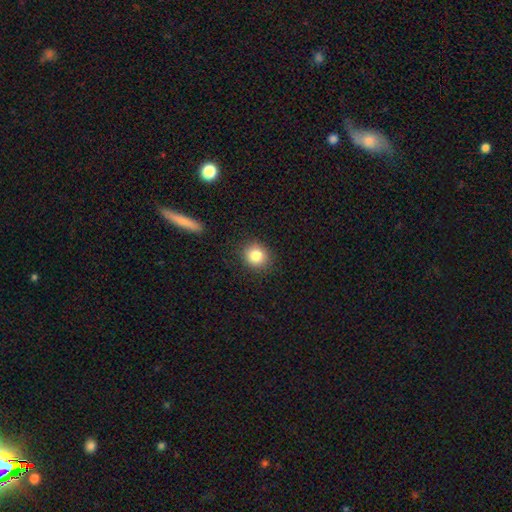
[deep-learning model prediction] Smooth or featured?
  - smooth: 84% *
  - star or artifact: 10%
  - featured or disk: 6%
How rounded?
  - round: 82% *
  - in between: 17%
  - cigar-shaped: 1%
Merging?
  - none: 88% *
  - minor disturbance: 9%
  - major disturbance: 3%
  - merger: 1%